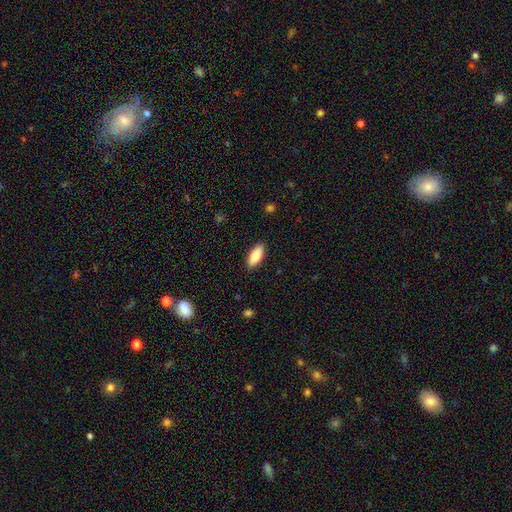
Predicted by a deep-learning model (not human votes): Smooth or featured: smooth — 84% (featured or disk — 10%)
How rounded: in between — 82% (cigar-shaped — 16%)
Merging: none — 89% (minor disturbance — 8%)